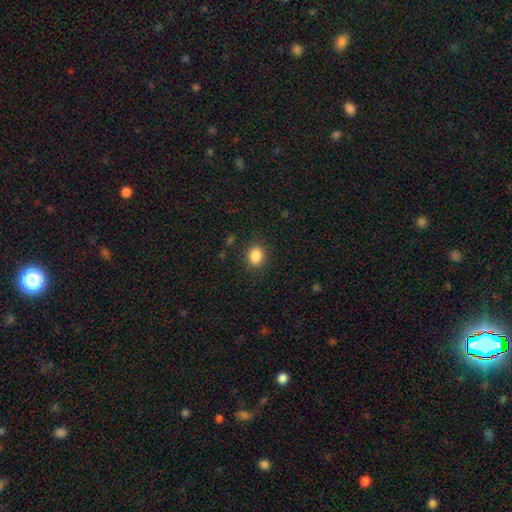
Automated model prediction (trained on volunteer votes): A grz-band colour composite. It shows a smooth galaxy with no disk features (86%) that is round (63%). Merging: none (87%).